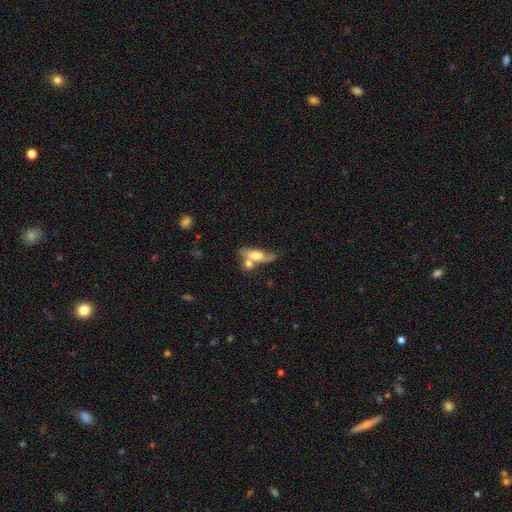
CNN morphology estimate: Smooth or featured? smooth (52%)
How rounded? in between (56%)
Merging? merger (46%)